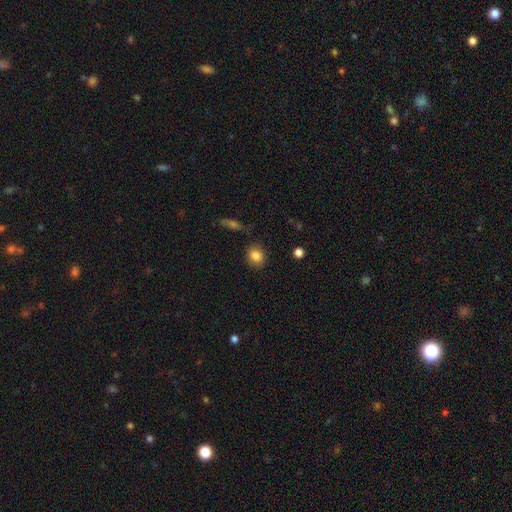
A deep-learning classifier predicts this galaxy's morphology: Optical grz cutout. It shows a smooth galaxy with no disk features (85%) that is round (62%). Merging: none (84%).